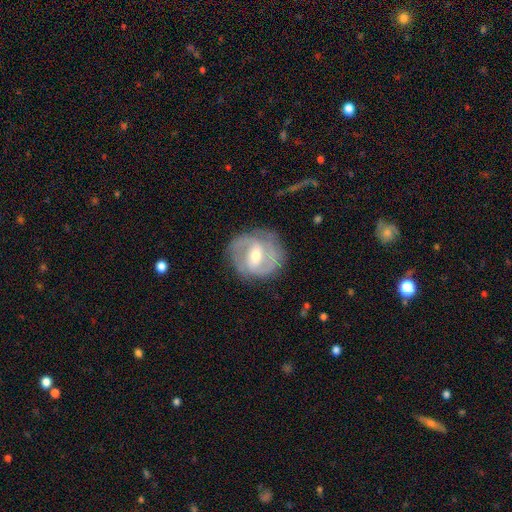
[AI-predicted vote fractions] A featured or disk galaxy (79%) with a weak bar (48%), 2 (74%) medium (43%) spiral arms (87%) and a moderate central bulge (62%).

Vote fractions:
- Smooth or featured? featured or disk: 79% / smooth: 16% / star or artifact: 5%
- Edge-on disk? no: 97% / yes: 3%
- Bar? weak: 48% / strong: 35% / no: 17%
- Spiral arms? yes: 87% / no: 13%
- Spiral winding? medium: 43% / tight: 42% / loose: 14%
- Spiral arm count? 2: 74% / can't tell: 13% / 3: 6% / 1: 4% / 4: 2% / more than 4: 2%
- Bulge size? moderate: 62% / small: 32% / large: 4% / none: 1% / dominant: 1%
- Merging? none: 76% / minor disturbance: 16% / major disturbance: 7% / merger: 1%